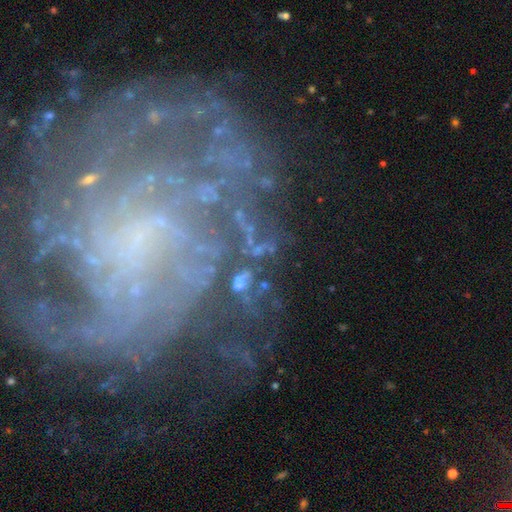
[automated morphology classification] type=featured or disk (83%); edge-on=no (98%); bar=no (58%); spiral arms=yes (92%); winding=tight (52%); arm count=can't tell (34%); bulge=small (43%); merging=none (63%).